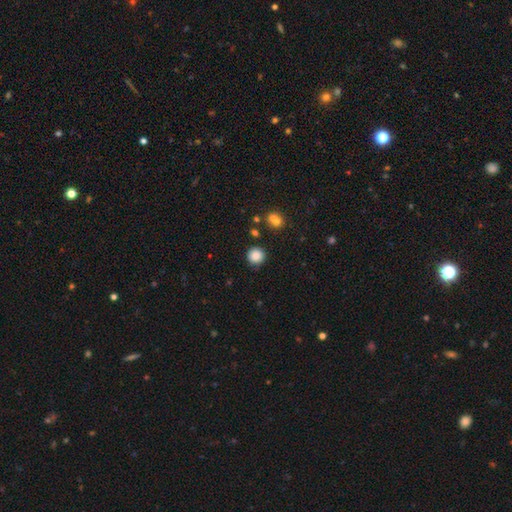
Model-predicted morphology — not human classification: This is clearly a smooth galaxy (85%). How rounded: clearly round (94%). Merging: clearly none (88%).